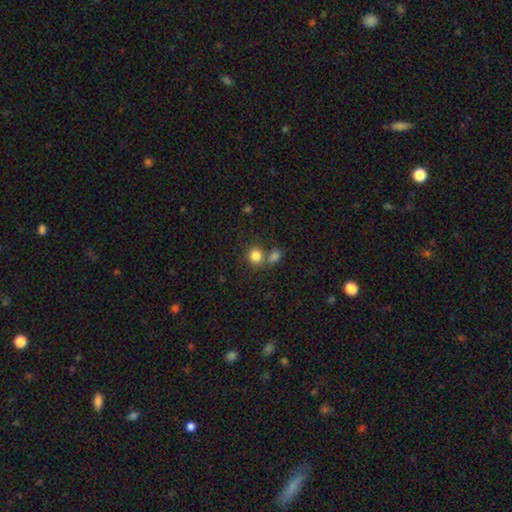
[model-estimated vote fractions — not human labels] smooth_or_featured: smooth (p=0.83) [alt: star or artifact p=0.11]
how_rounded: round (p=0.82) [alt: in between p=0.17]
merging: none (p=0.56) [alt: merger p=0.32]